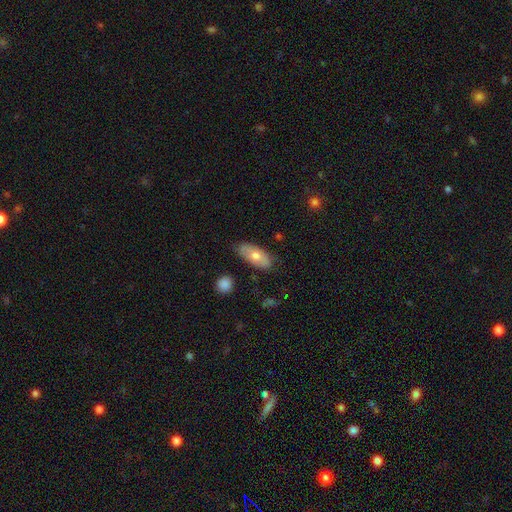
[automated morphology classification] This appears to be a smooth galaxy with no disk features (66%) that is in between round and cigar-shaped (87%). Merging: none (76%).